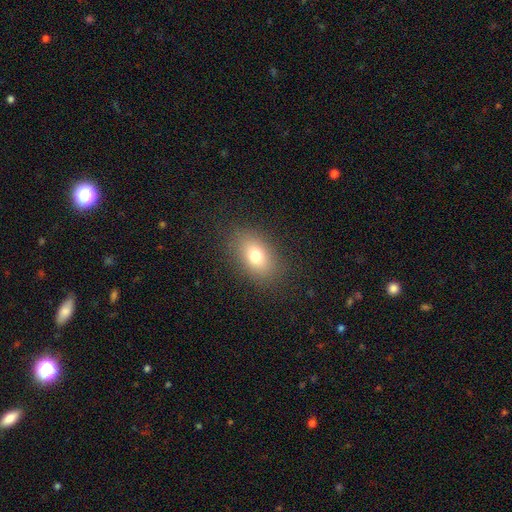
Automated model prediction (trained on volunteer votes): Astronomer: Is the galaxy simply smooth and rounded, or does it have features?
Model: smooth — 75%.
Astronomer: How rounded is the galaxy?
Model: in between — 81%.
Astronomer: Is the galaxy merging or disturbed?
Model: none — 85%.